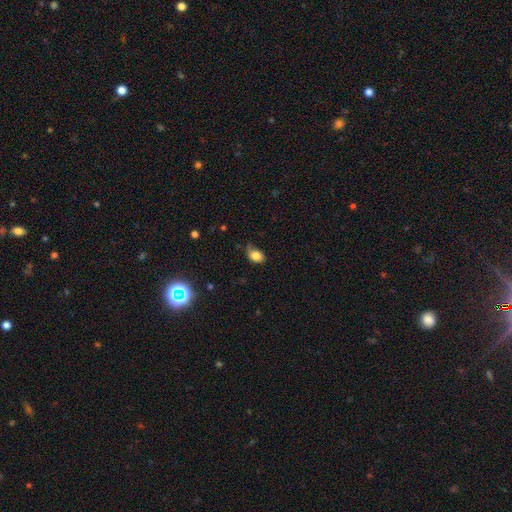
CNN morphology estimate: Smooth or featured? Predicted: smooth (p=0.82). How rounded? Predicted: in between (p=0.78). Merging? Predicted: none (p=0.50).